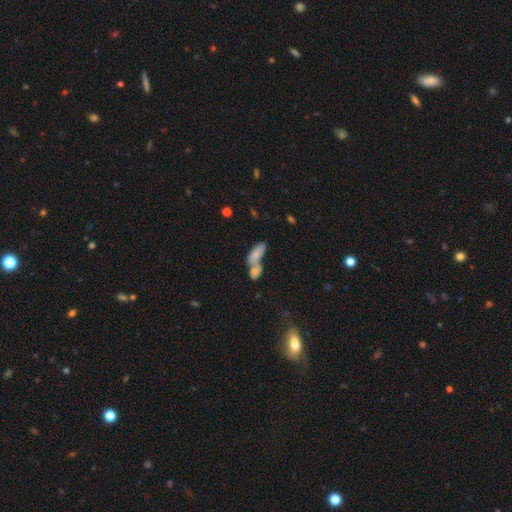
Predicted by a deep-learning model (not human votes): A smooth galaxy with no disk features (72%) that is in between round and cigar-shaped (79%). Merging: merger (70%).